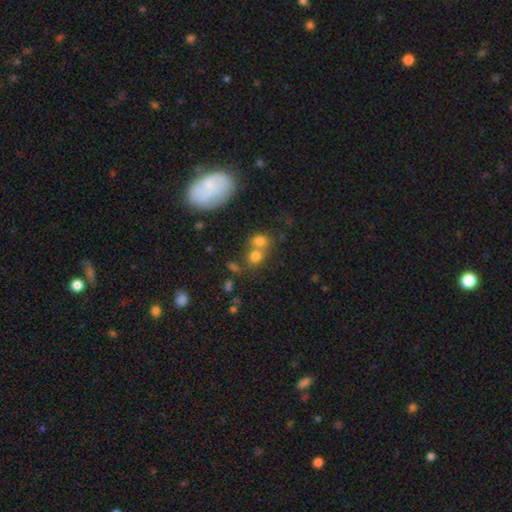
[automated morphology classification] This appears to be a smooth galaxy with no disk features (73%) that is round (50%). Merging: merger (47%).